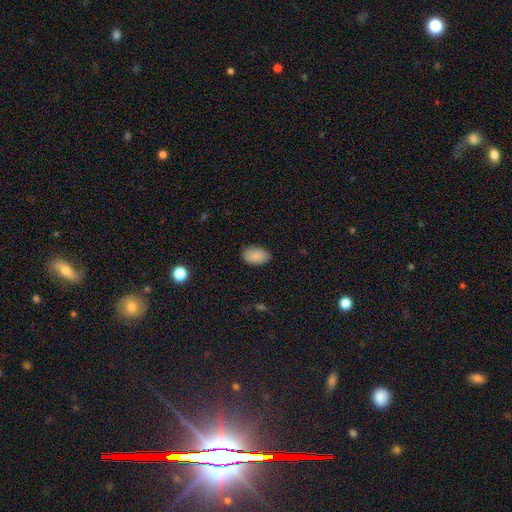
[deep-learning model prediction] Overall: smooth (88%). How rounded: in between (93%). Merging: none (86%).